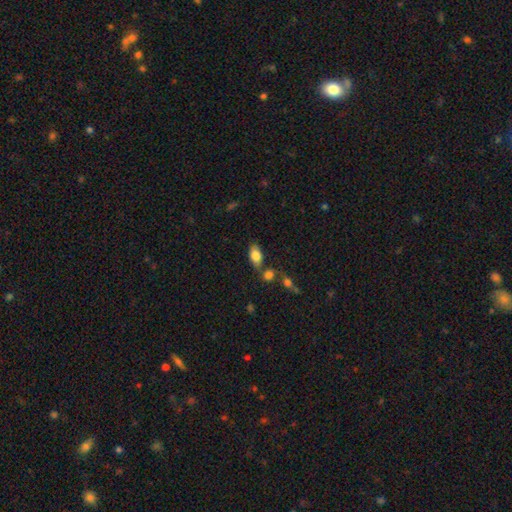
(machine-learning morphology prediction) A smooth galaxy with no disk features (82%) that is in between round and cigar-shaped (90%).

Vote fractions:
- Smooth or featured? smooth: 82% / featured or disk: 10% / star or artifact: 7%
- How rounded? in between: 90% / round: 5% / cigar-shaped: 4%
- Merging? none: 69% / merger: 14% / minor disturbance: 13% / major disturbance: 4%